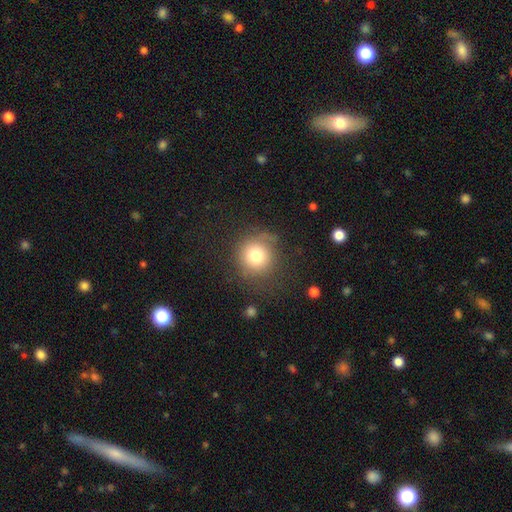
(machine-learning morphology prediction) A smooth galaxy with no disk features (76%) that is round (91%). Merging: none (71%).